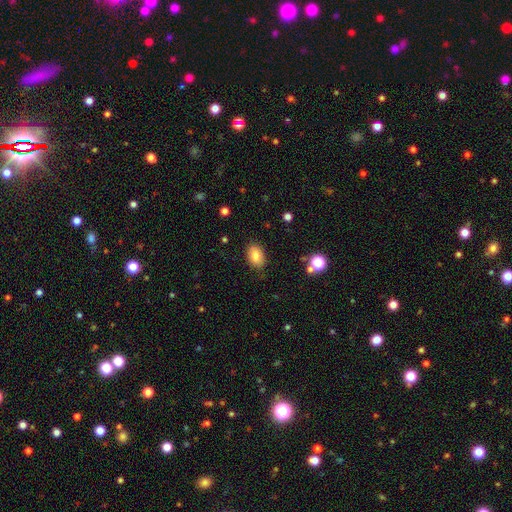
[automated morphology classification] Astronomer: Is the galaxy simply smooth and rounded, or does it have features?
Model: smooth — 83%.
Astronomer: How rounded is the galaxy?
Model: in between — 87%.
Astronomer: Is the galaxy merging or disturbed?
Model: none — 85%.